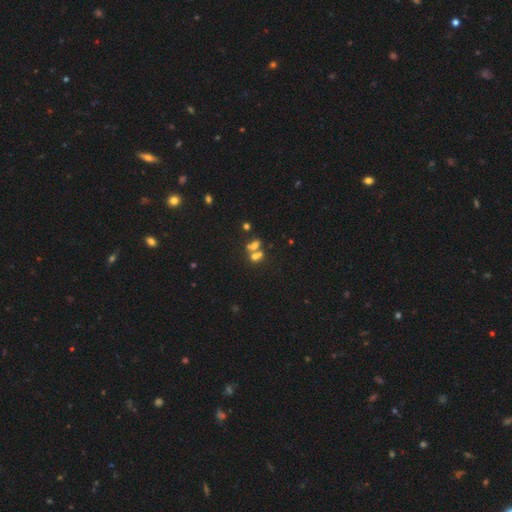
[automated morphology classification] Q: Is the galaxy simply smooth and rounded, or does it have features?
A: smooth — 55%.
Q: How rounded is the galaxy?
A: in between — 53%.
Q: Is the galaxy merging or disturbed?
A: merger — 53%.